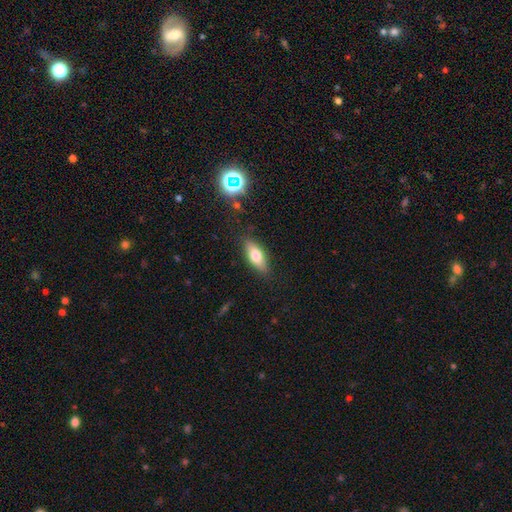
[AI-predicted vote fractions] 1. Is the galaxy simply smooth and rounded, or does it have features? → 67% smooth, 24% featured or disk, 8% star or artifact.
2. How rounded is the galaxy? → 71% in between, 25% cigar-shaped, 3% round.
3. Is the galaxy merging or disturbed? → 85% none, 11% minor disturbance, 2% major disturbance, 2% merger.